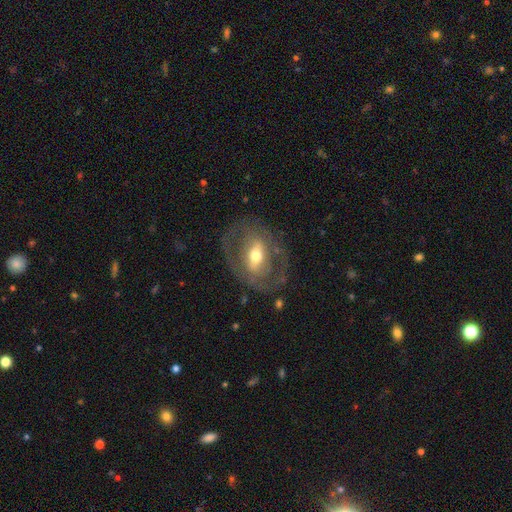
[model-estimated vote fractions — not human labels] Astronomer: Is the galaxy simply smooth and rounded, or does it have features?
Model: featured or disk — 69%.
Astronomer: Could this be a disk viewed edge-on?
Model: no — 90%.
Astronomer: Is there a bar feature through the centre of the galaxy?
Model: strong — 45% (runner-up: weak, 30%).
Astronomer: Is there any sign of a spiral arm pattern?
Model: no — 66%.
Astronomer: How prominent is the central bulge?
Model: moderate — 67%.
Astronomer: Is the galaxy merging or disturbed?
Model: none — 74%.